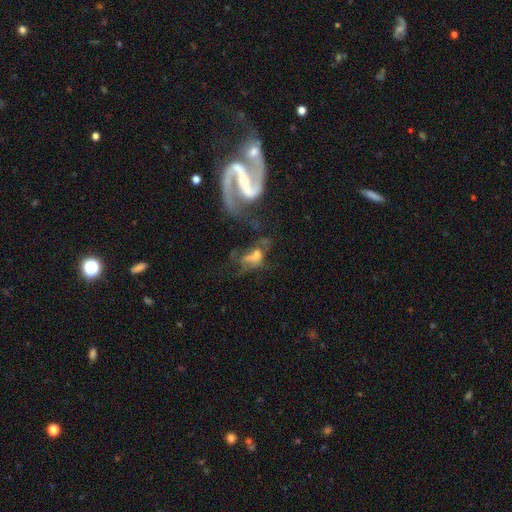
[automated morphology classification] A featured or disk galaxy (62%) with no bar (48%), spiral arms (62%) and a moderate central bulge (39%). Merging: major disturbance (29%).